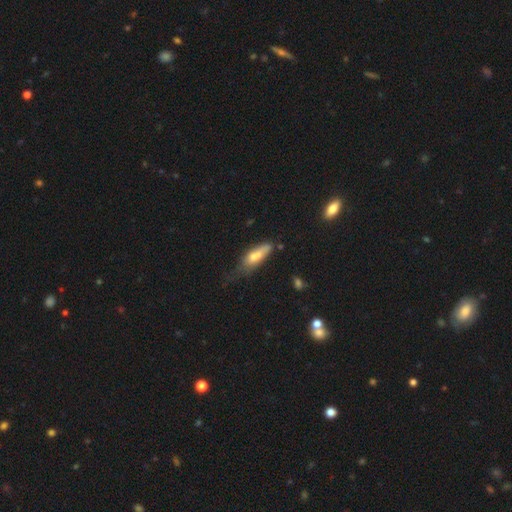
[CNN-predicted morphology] Smooth or featured: smooth — 68% (featured or disk — 25%)
How rounded: in between — 57% (cigar-shaped — 41%)
Merging: minor disturbance — 34% (none — 33%)